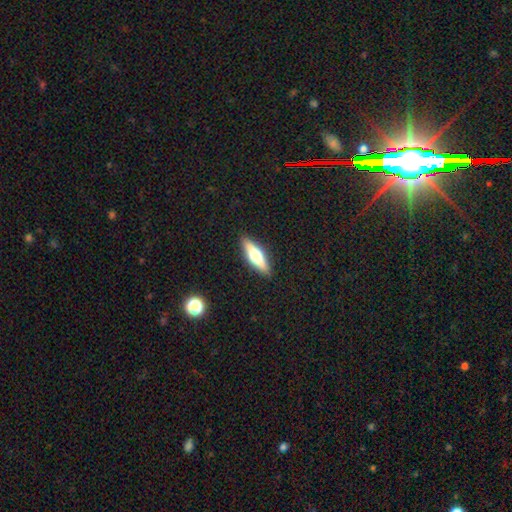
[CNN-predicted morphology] The model was most divided on "smooth or featured": featured or disk: 51%, smooth: 43%, star or artifact: 6%. More confident: edge-on disk — yes (93%); merging — none (90%).